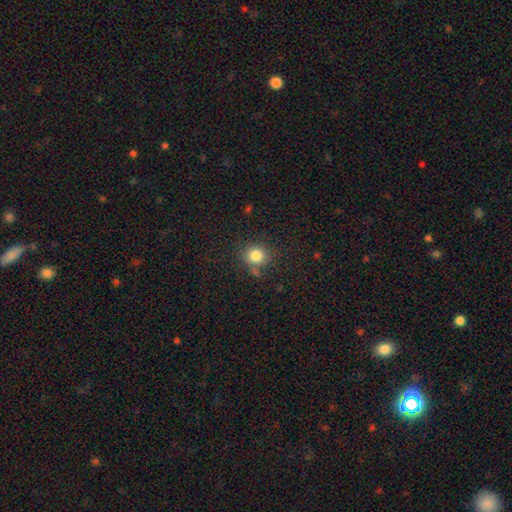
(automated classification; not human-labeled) smooth 81%, star or artifact 12%, featured or disk 7%. Down the decision tree: how rounded — round (83%); merging — none (75%).